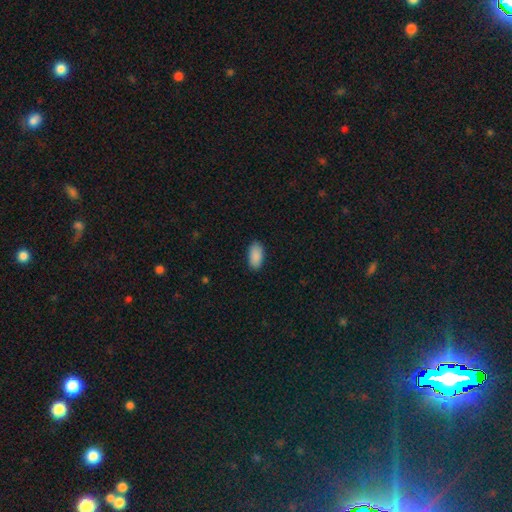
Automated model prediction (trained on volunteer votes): Smooth or featured?
  - smooth: 90% *
  - star or artifact: 7%
  - featured or disk: 3%
How rounded?
  - in between: 93% *
  - cigar-shaped: 4%
  - round: 3%
Merging?
  - none: 87% *
  - minor disturbance: 10%
  - major disturbance: 2%
  - merger: 1%